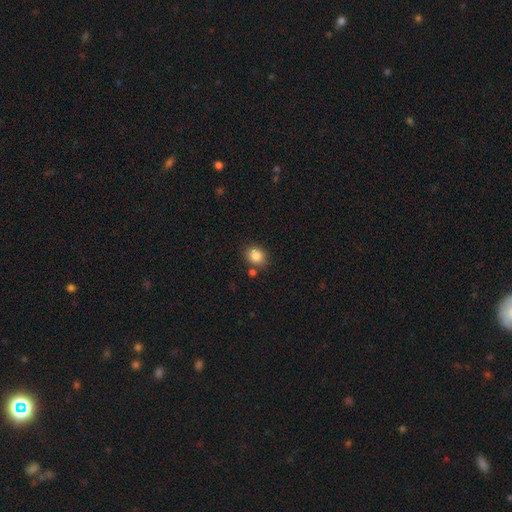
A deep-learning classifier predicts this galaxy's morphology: This appears to be a smooth galaxy with no disk features (85%) that is round (66%). Merging: none (79%).